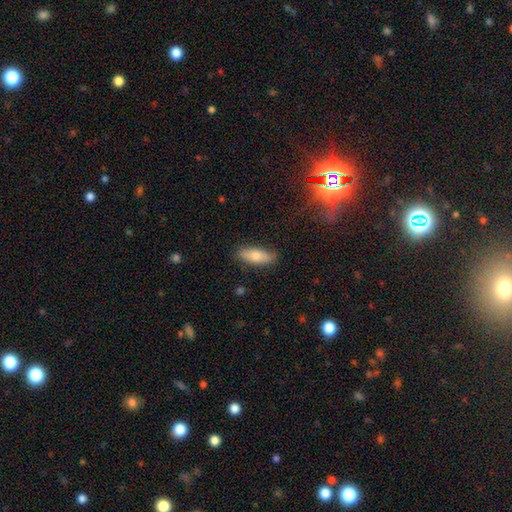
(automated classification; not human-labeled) This is likely a smooth galaxy (74%). How rounded: likely in between (70%). Merging: clearly none (85%).